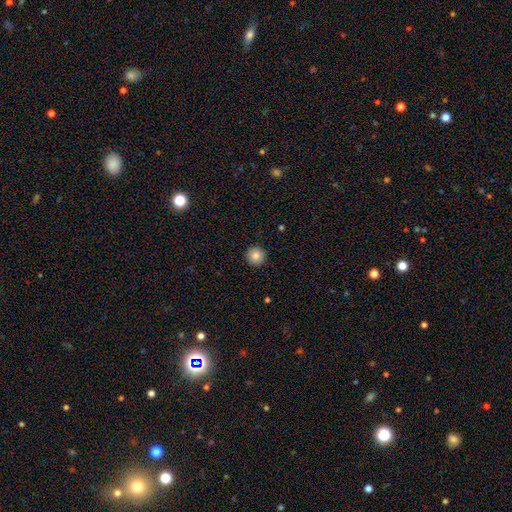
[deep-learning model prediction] Smooth or featured? Predicted: smooth (p=0.84). How rounded? Predicted: round (p=0.96). Merging? Predicted: none (p=0.93).